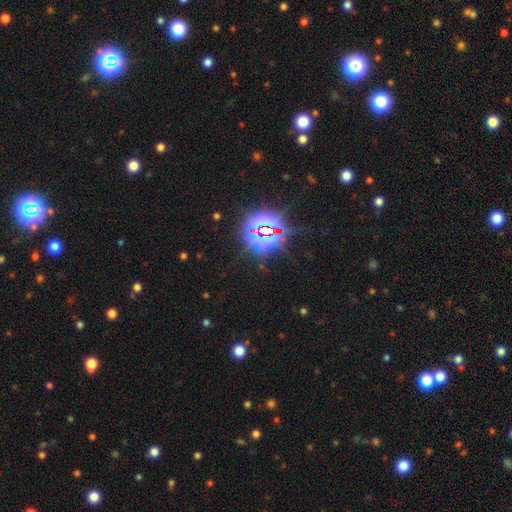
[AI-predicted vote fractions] Morphology: type=star or artifact (83%).